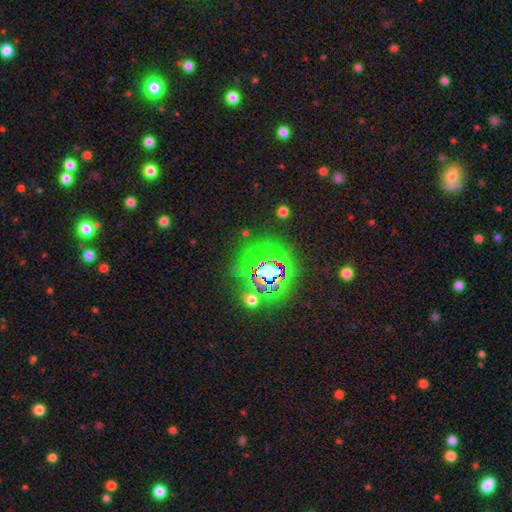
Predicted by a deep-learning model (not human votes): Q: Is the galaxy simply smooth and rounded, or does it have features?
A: star or artifact — 82%.